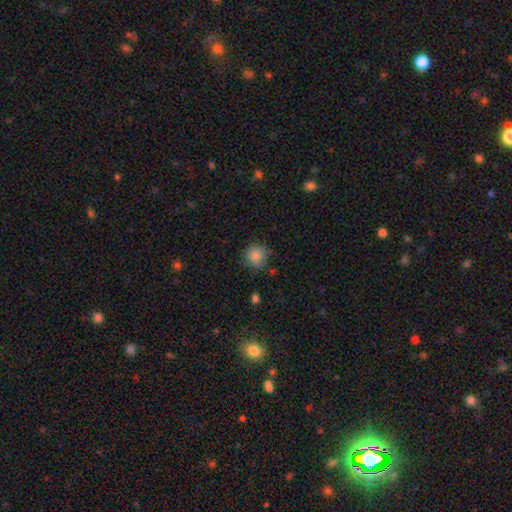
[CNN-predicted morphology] type=smooth (83%); roundness=round (91%); merging=none (77%).